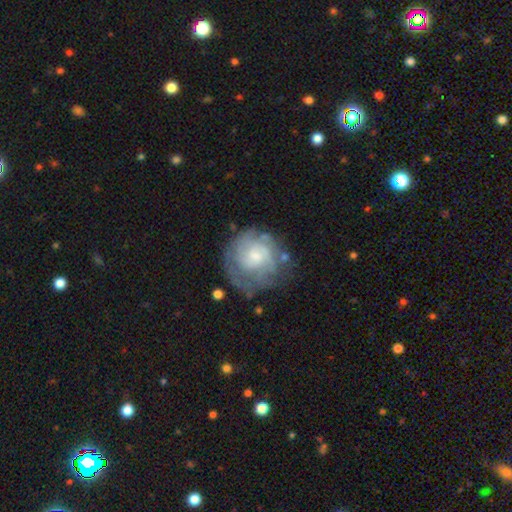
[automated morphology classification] Smooth or featured? featured or disk (63%)
Edge-on disk? no (98%)
Bar? no (72%)
Spiral arms? yes (74%)
Bulge size? small (45%)
Merging? none (60%)